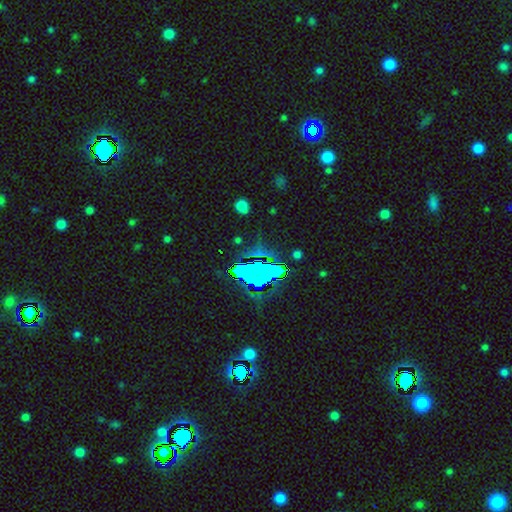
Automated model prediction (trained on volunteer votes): Overall: star or artifact (81%).